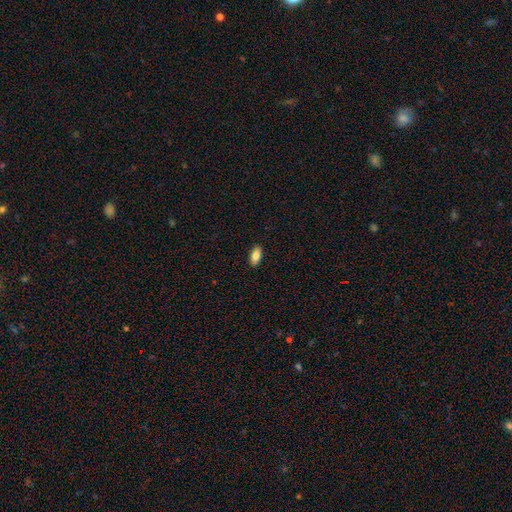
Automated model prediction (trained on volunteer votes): smooth 82%, featured or disk 11%, star or artifact 7%. Down the decision tree: how rounded — in between (88%); merging — none (89%).